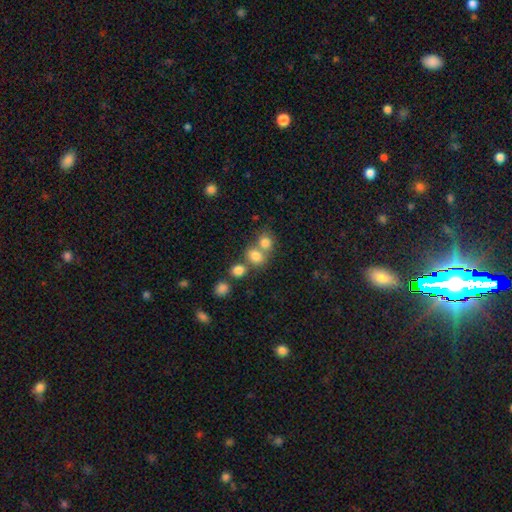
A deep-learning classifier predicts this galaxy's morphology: Overall: smooth (77%). How rounded: round (68%; in between 31%). Merging: merger (46%; none 43%).